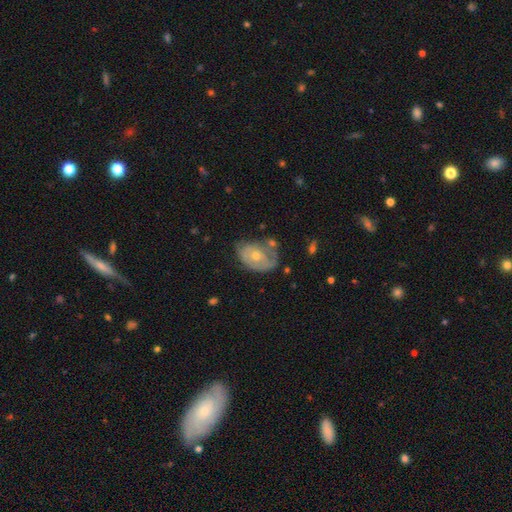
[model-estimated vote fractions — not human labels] Q: Smooth or featured?
A: featured or disk (64%); runner-up: smooth (28%)
Q: Edge-on disk?
A: no (95%); runner-up: yes (5%)
Q: Bar?
A: no (81%); runner-up: weak (16%)
Q: Spiral arms?
A: yes (57%); runner-up: no (43%)
Q: Bulge size?
A: moderate (54%); runner-up: small (42%)
Q: Merging?
A: none (49%); runner-up: minor disturbance (29%)